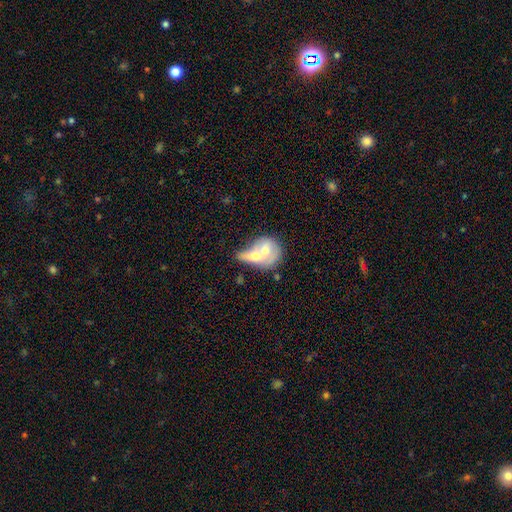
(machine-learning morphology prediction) A smooth galaxy with no disk features (49%).

Vote fractions:
- Smooth or featured? smooth: 49% / featured or disk: 43% / star or artifact: 8%
- Merging? merger: 68% / none: 14% / major disturbance: 10% / minor disturbance: 9%